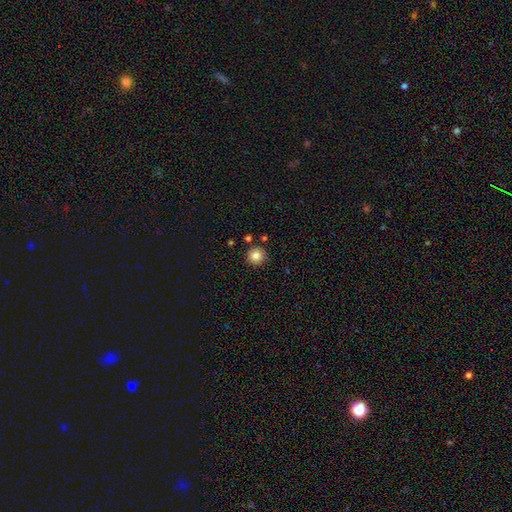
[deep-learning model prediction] A smooth galaxy with no disk features (84%) that is round (96%).

Vote fractions:
- Smooth or featured? smooth: 84% / star or artifact: 10% / featured or disk: 6%
- How rounded? round: 96% / in between: 3% / cigar-shaped: 1%
- Merging? none: 88% / minor disturbance: 7% / merger: 4% / major disturbance: 2%